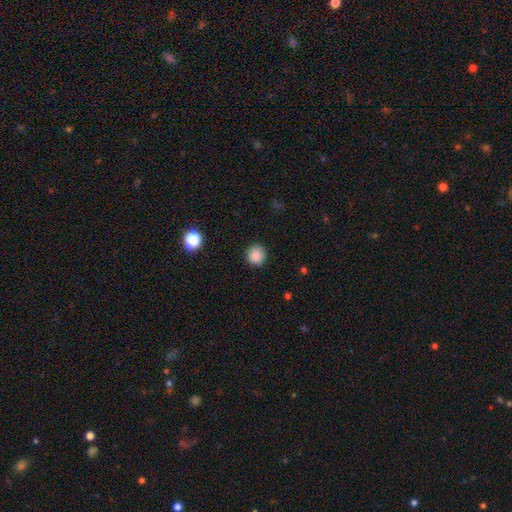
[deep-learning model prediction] This appears to be a smooth galaxy with no disk features (86%) that is round (91%). Merging: none (90%).